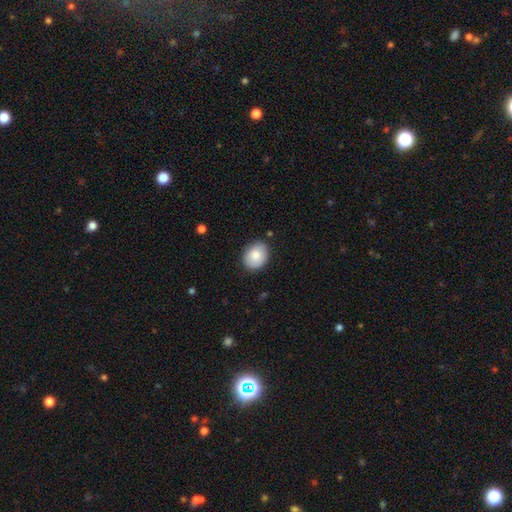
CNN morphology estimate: The model was most divided on "how rounded": in between: 53%, round: 46%, cigar-shaped: 1%. More confident: merging — none (83%); smooth or featured — smooth (83%).